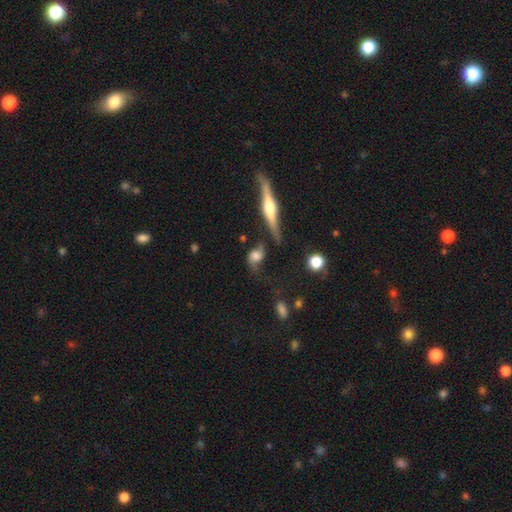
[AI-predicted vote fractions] smooth_or_featured: featured or disk (p=0.65) [alt: smooth p=0.25]
disk_edge_on: no (p=0.78) [alt: yes p=0.22]
bar: no (p=0.62) [alt: weak p=0.29]
has_spiral_arms: yes (p=0.87) [alt: no p=0.13]
bulge_size: large (p=0.35) [alt: moderate p=0.32]
merging: none (p=0.50) [alt: minor disturbance p=0.23]